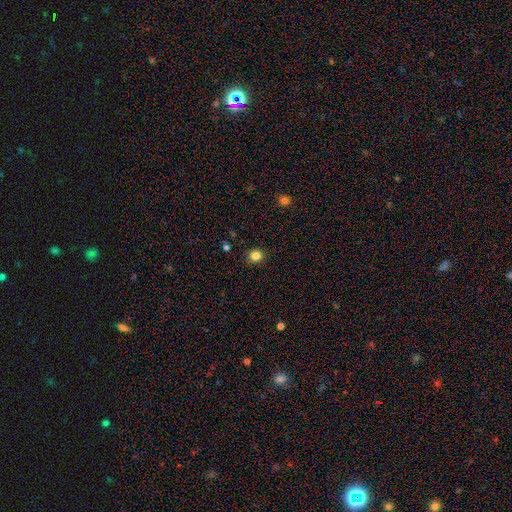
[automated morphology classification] The model was most divided on "how rounded": round: 81%, in between: 18%, cigar-shaped: 1%. More confident: merging — none (89%); smooth or featured — smooth (83%).